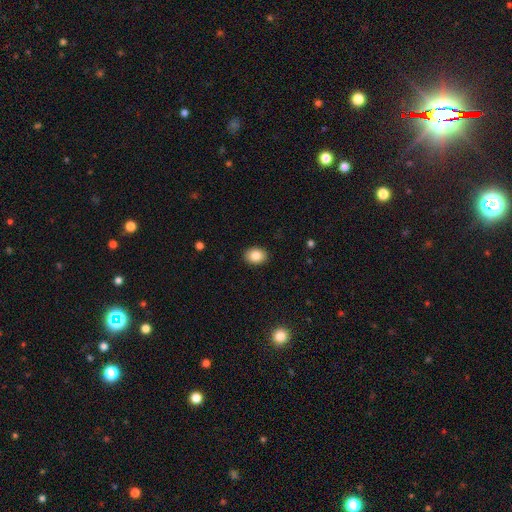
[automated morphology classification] Q: Smooth or featured?
A: smooth (85%); runner-up: star or artifact (8%)
Q: How rounded?
A: in between (66%); runner-up: round (33%)
Q: Merging?
A: none (90%); runner-up: minor disturbance (7%)